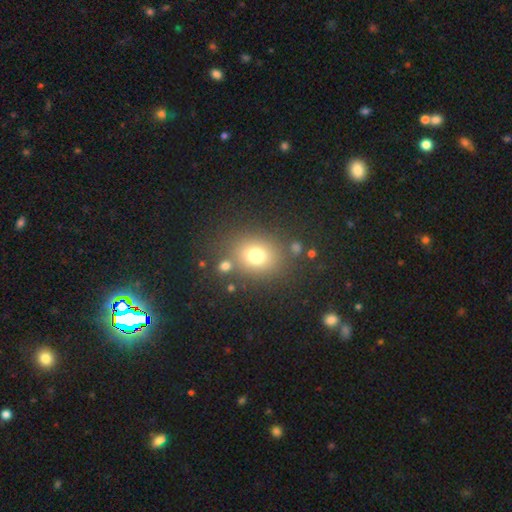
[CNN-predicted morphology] Smooth or featured: smooth — 74% (star or artifact — 16%)
How rounded: round — 68% (in between — 31%)
Merging: none — 76% (minor disturbance — 11%)